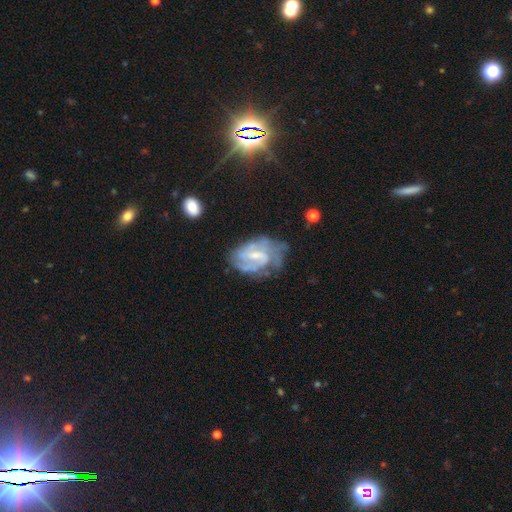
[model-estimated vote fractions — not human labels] Smooth or featured: featured or disk — 79% (smooth — 14%)
Edge-on disk: no — 97% (yes — 3%)
Bar: weak — 56% (strong — 23%)
Spiral arms: yes — 87% (no — 13%)
Spiral winding: medium — 43% (tight — 40%)
Spiral arm count: 2 — 45% (can't tell — 30%)
Bulge size: small — 47% (moderate — 33%)
Merging: none — 49% (minor disturbance — 28%)